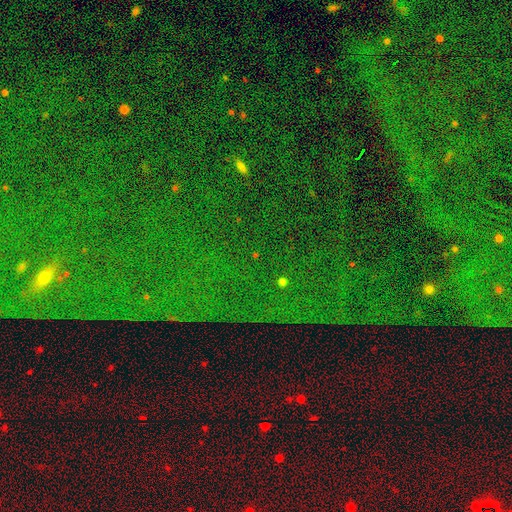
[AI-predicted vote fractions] Overall: star or artifact (83%).